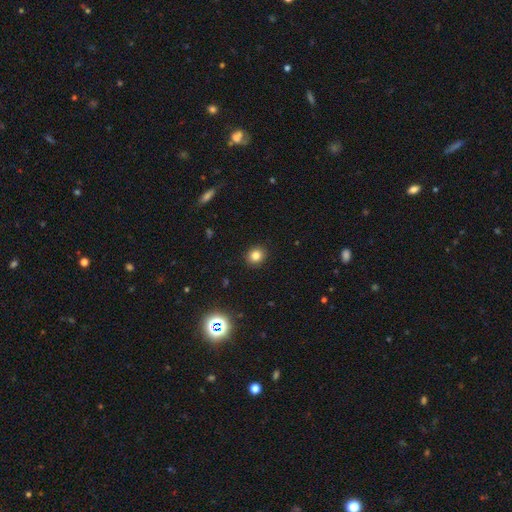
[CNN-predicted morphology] Q: Smooth or featured?
A: smooth (81%); runner-up: star or artifact (13%)
Q: How rounded?
A: round (81%); runner-up: in between (18%)
Q: Merging?
A: none (91%); runner-up: minor disturbance (6%)